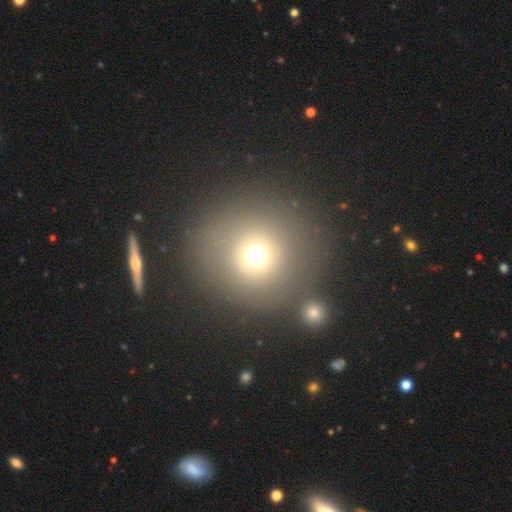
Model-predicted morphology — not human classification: A smooth galaxy with no disk features (69%) that is round (91%). Merging: none (72%).